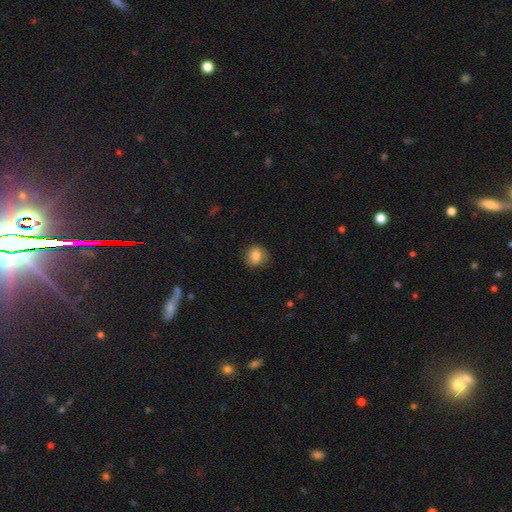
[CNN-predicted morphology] The model was most divided on "how rounded": round: 76%, in between: 23%, cigar-shaped: 1%. More confident: smooth or featured — smooth (82%); merging — none (81%).